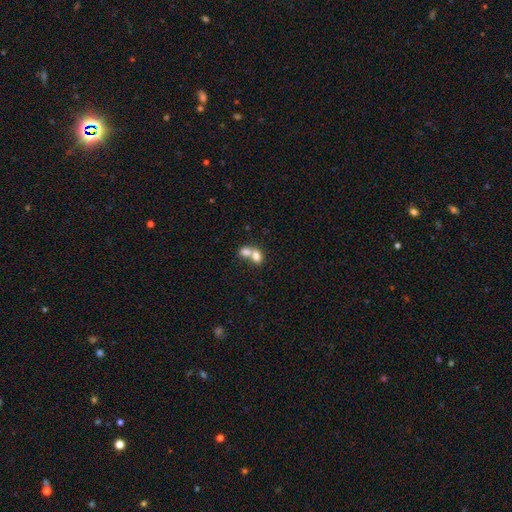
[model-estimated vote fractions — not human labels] The model was most divided on "how rounded": in between: 58%, round: 41%, cigar-shaped: 1%. More confident: smooth or featured — smooth (75%); merging — merger (73%).